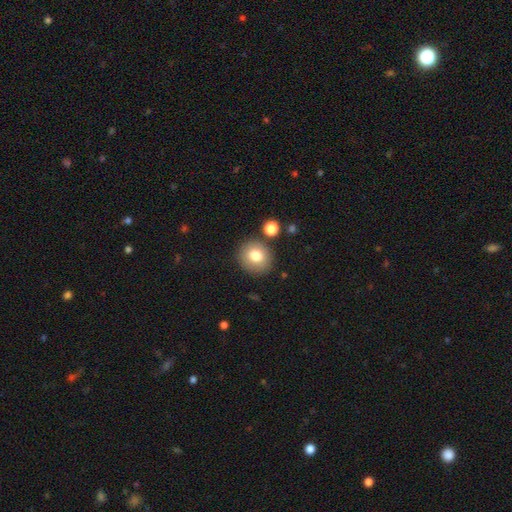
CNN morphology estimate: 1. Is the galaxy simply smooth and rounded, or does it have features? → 78% smooth, 12% featured or disk, 10% star or artifact.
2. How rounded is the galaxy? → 82% round, 17% in between, 1% cigar-shaped.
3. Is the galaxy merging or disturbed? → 83% none, 9% minor disturbance, 5% merger, 3% major disturbance.